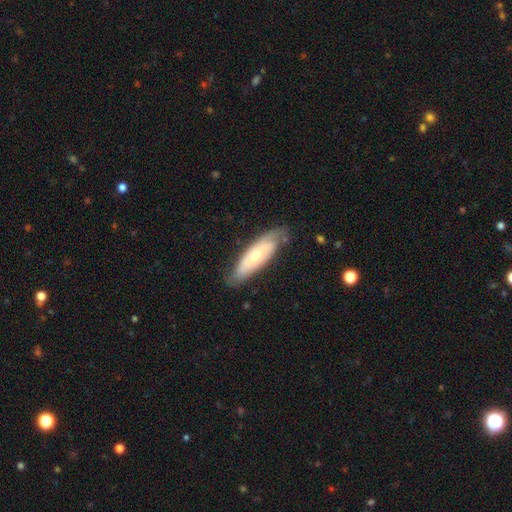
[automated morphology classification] Smooth or featured?
  - featured or disk: 51% *
  - smooth: 42%
  - star or artifact: 6%
Edge-on disk?
  - no: 68% *
  - yes: 32%
Merging?
  - none: 73% *
  - minor disturbance: 21%
  - major disturbance: 5%
  - merger: 2%